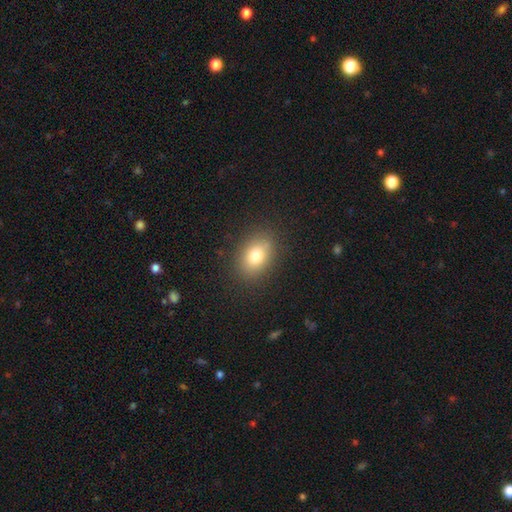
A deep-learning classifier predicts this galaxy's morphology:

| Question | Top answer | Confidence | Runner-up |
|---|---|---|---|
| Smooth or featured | smooth | 79% | featured or disk (11%) |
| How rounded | in between | 77% | round (22%) |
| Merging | none | 86% | minor disturbance (10%) |